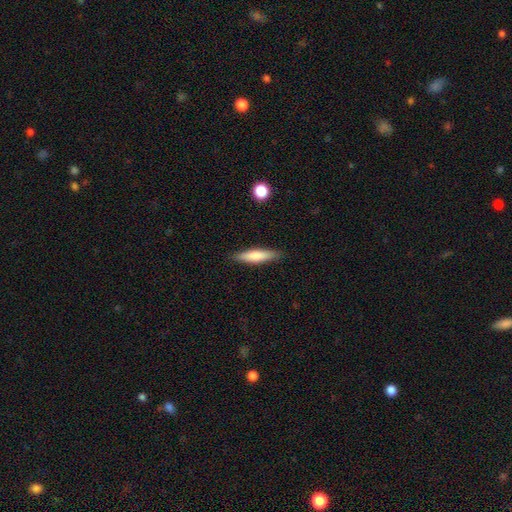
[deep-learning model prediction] This appears to be a smooth galaxy with no disk features (76%) that is cigar-shaped (79%). Merging: none (88%).